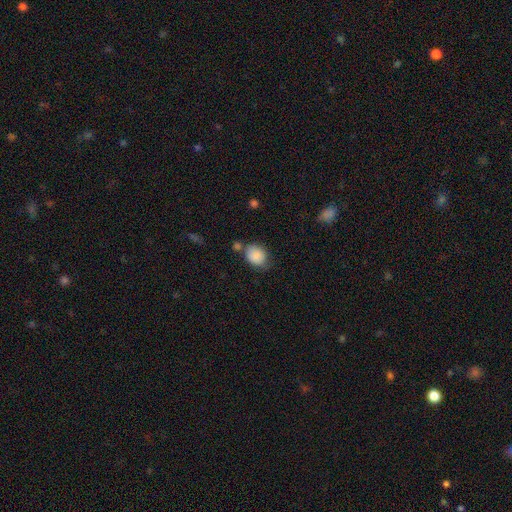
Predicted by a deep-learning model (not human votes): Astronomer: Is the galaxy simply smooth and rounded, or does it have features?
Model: smooth — 87%.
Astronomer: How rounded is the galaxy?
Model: in between — 52% (runner-up: round, 47%).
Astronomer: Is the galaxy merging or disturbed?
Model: none — 57%.